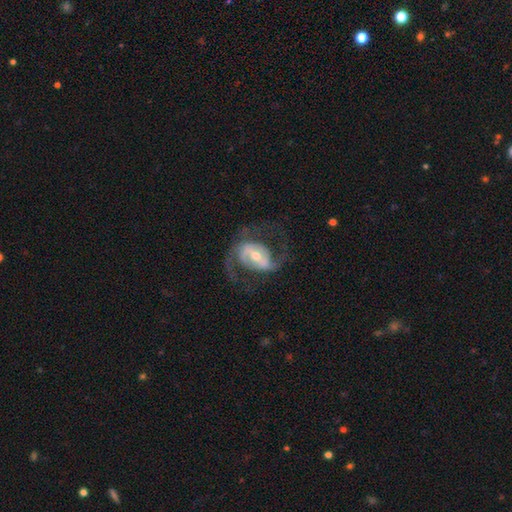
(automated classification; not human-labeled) Smooth or featured: featured or disk — 86% (smooth — 9%)
Edge-on disk: no — 96% (yes — 4%)
Bar: strong — 41% (weak — 39%)
Spiral arms: yes — 92% (no — 8%)
Spiral winding: medium — 53% (loose — 32%)
Spiral arm count: 2 — 88% (can't tell — 5%)
Bulge size: moderate — 54% (small — 39%)
Merging: none — 65% (major disturbance — 19%)